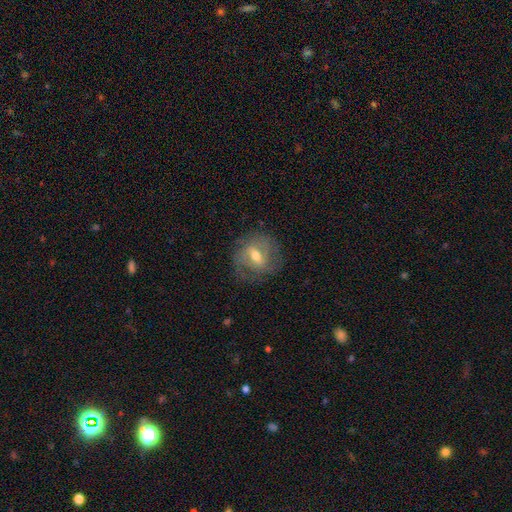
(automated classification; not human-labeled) Smooth or featured: featured or disk — 64% (smooth — 28%)
Edge-on disk: no — 94% (yes — 6%)
Bar: weak — 51% (strong — 27%)
Spiral arms: yes — 73% (no — 27%)
Bulge size: moderate — 69% (small — 23%)
Merging: none — 71% (minor disturbance — 18%)